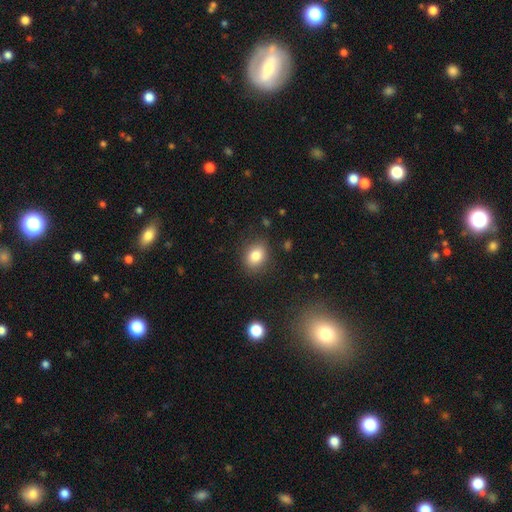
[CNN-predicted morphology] Smooth or featured? Predicted: smooth (p=0.82). How rounded? Predicted: in between (p=0.56). Merging? Predicted: none (p=0.84).